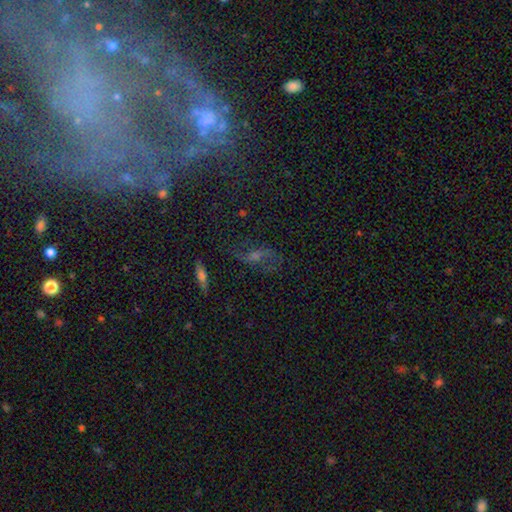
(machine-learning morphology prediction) Smooth or featured? featured or disk (57%)
Edge-on disk? no (86%)
Merging? none (62%)